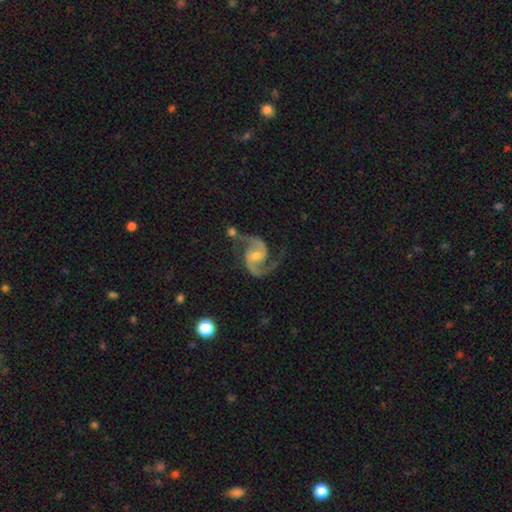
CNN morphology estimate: Overall: featured or disk (93%). Edge-on disk: no (98%). Bar: weak (44%; no 43%). Spiral arms: yes (98%). Spiral arm count: 2 (94%). Spiral winding: medium (60%; loose 27%). Bulge size: moderate (51%; small 41%). Merging: none (67%).